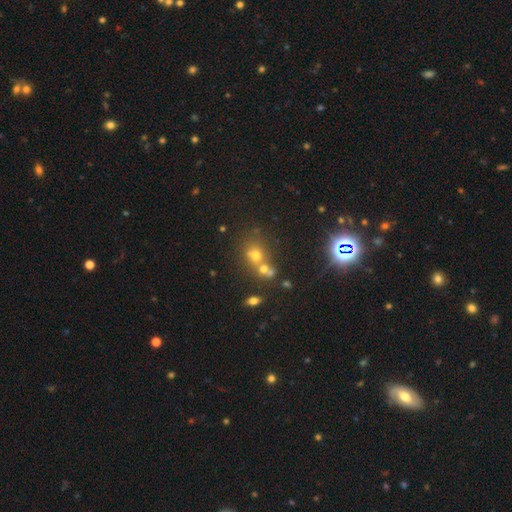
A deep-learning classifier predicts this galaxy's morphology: Smooth or featured? Predicted: smooth (p=0.54). How rounded? Predicted: round (p=0.76). Merging? Predicted: none (p=0.44).